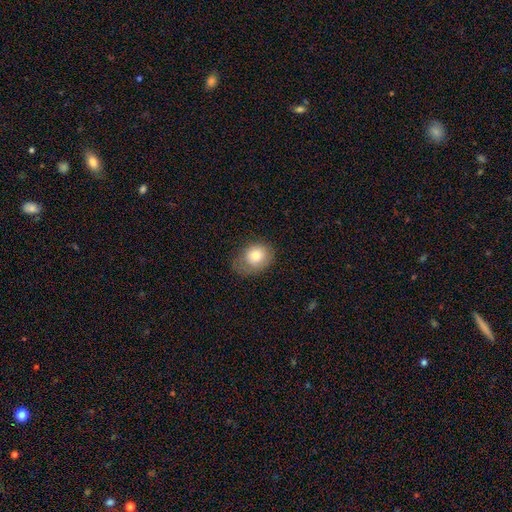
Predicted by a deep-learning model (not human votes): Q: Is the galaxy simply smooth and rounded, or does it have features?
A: smooth — 78%.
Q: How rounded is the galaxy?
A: round — 51%.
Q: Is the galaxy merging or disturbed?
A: none — 56%.